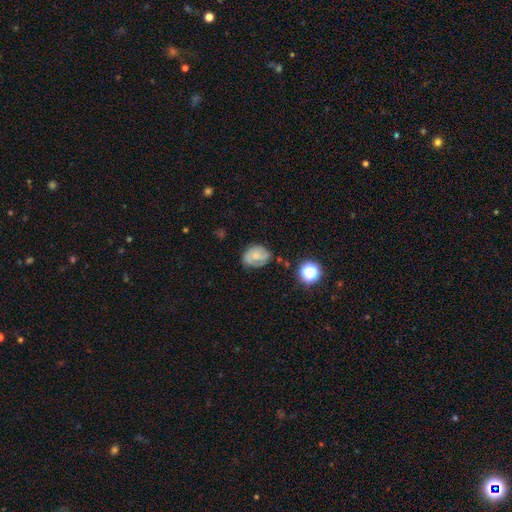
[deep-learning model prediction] smooth 45%, featured or disk 44%, star or artifact 11%. Down the decision tree: merging — none (60%).